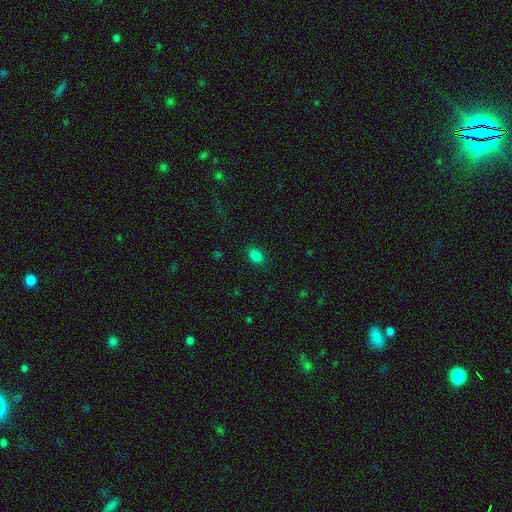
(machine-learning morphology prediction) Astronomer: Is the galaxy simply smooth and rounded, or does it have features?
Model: smooth — 84%.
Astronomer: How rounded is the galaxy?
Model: in between — 84%.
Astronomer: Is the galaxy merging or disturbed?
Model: none — 86%.